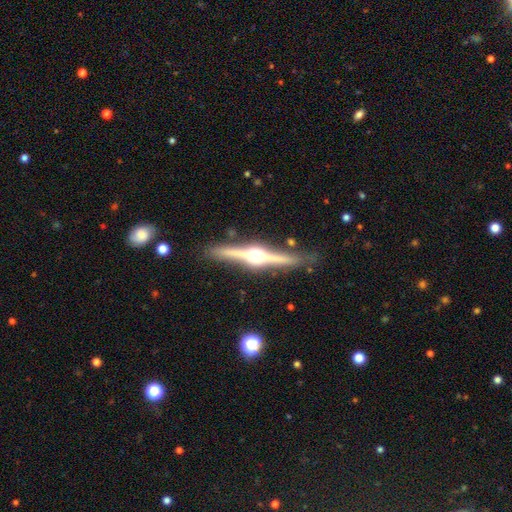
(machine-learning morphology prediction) Smooth or featured? featured or disk (84%)
Edge-on disk? yes (98%)
Edge-on bulge? rounded (96%)
Merging? none (86%)